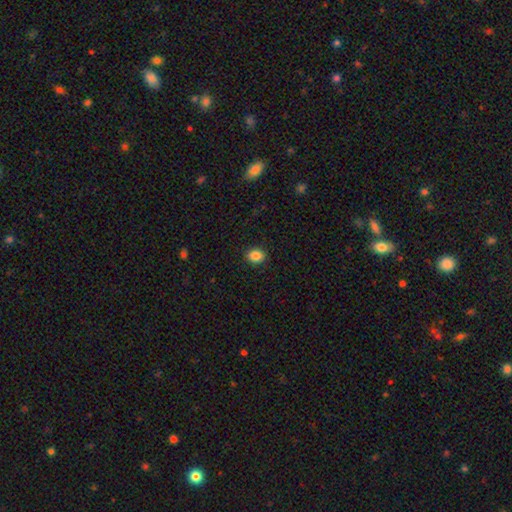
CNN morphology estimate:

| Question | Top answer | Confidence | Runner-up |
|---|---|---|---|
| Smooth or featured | smooth | 86% | star or artifact (10%) |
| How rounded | round | 52% | in between (47%) |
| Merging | none | 91% | minor disturbance (7%) |